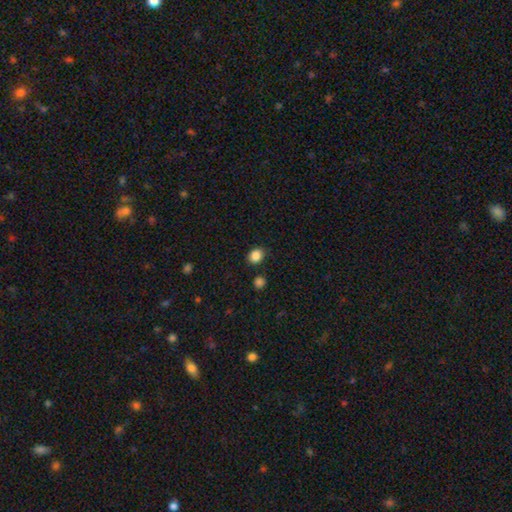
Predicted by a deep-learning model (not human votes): Smooth or featured? Predicted: smooth (p=0.86). How rounded? Predicted: round (p=0.64). Merging? Predicted: none (p=0.81).